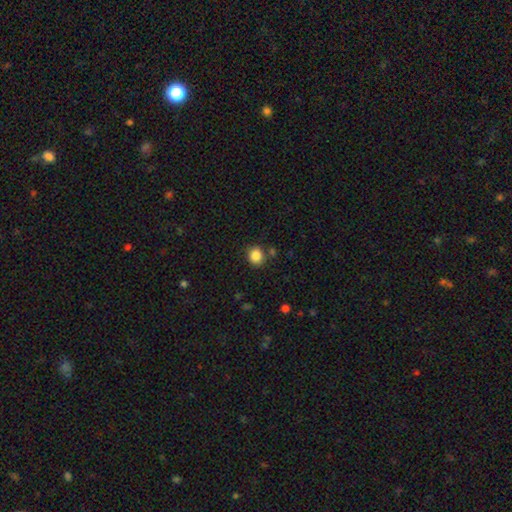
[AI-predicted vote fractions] Q: Smooth or featured?
A: smooth (86%); runner-up: star or artifact (10%)
Q: How rounded?
A: round (80%); runner-up: in between (19%)
Q: Merging?
A: none (82%); runner-up: minor disturbance (10%)